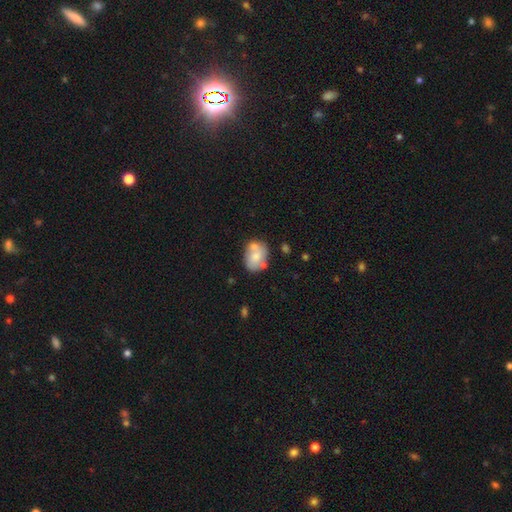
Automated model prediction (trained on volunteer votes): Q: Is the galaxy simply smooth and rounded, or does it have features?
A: smooth — 63%.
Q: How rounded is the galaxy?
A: in between — 67%.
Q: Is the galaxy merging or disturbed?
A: none — 48%.